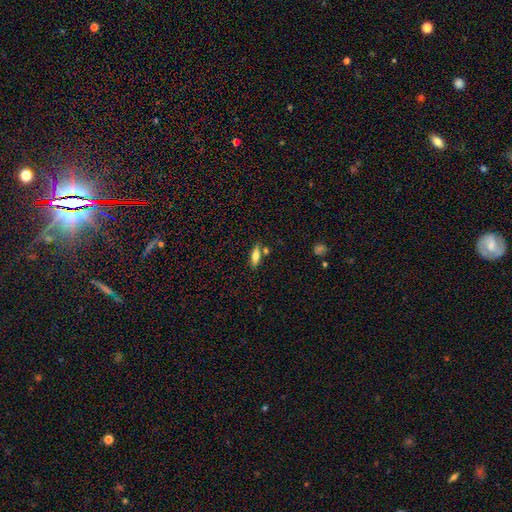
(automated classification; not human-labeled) Smooth or featured? smooth (65%)
How rounded? in between (59%)
Merging? none (73%)